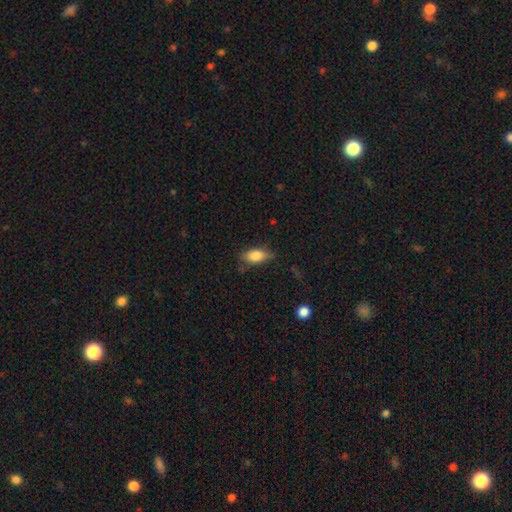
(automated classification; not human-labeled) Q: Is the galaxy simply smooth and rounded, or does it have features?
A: smooth — 81%.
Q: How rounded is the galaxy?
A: in between — 85%.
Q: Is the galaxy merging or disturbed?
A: none — 67%.